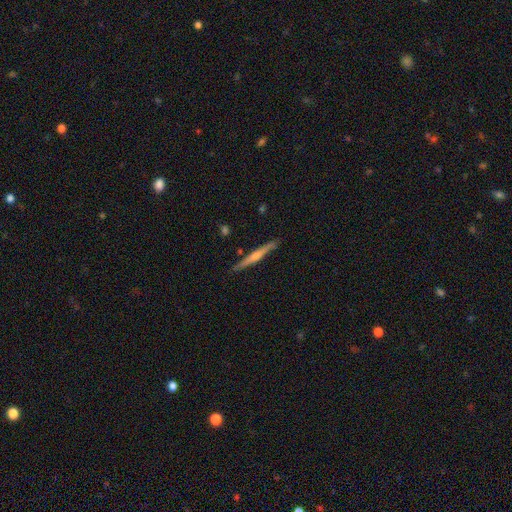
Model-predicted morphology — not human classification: A featured or disk galaxy (63%) viewed edge-on (98%) with a rounded central bulge (68%).

Vote fractions:
- Smooth or featured? featured or disk: 63% / smooth: 31% / star or artifact: 5%
- Edge-on disk? yes: 98% / no: 2%
- Edge-on bulge? rounded: 68% / none: 22% / boxy: 10%
- Merging? none: 88% / minor disturbance: 8% / merger: 2% / major disturbance: 2%